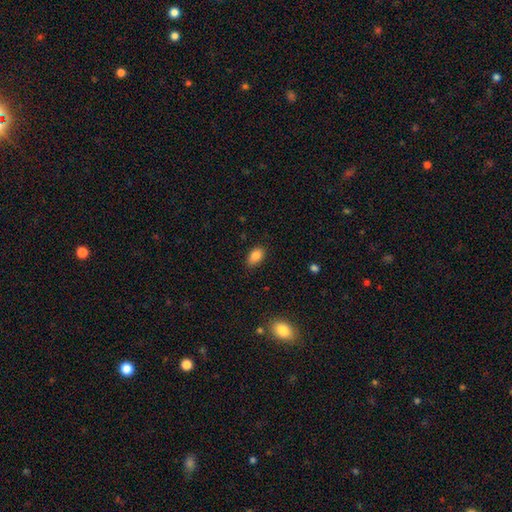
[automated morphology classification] type=smooth (84%); roundness=in between (87%); merging=none (83%).